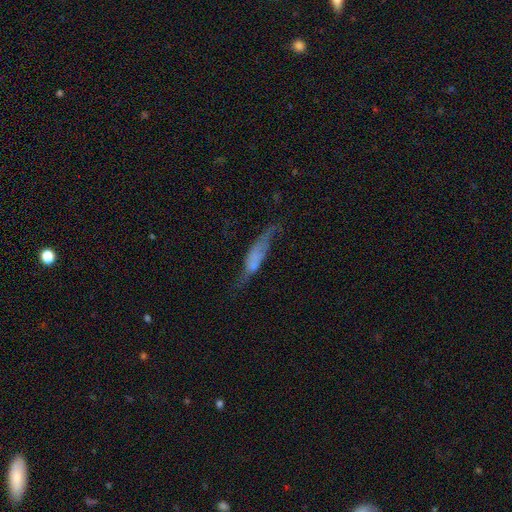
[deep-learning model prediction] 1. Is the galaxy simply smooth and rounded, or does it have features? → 47% featured or disk, 43% smooth, 10% star or artifact.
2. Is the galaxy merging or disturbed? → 41% none, 29% minor disturbance, 25% major disturbance, 5% merger.